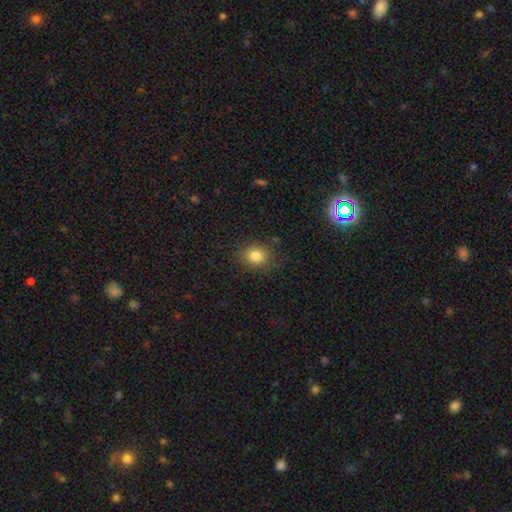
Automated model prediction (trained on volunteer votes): Overall: smooth (83%). How rounded: round (67%; in between 32%). Merging: none (84%).